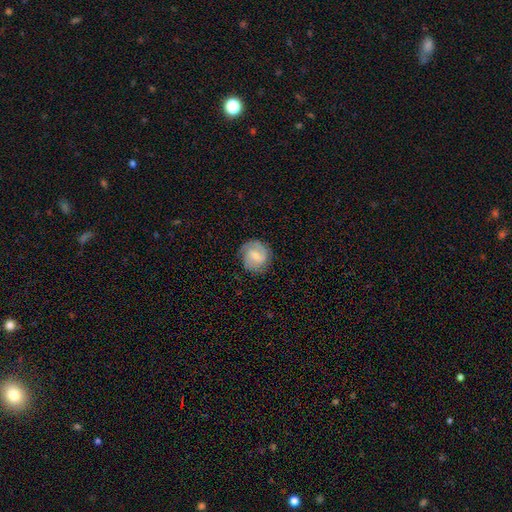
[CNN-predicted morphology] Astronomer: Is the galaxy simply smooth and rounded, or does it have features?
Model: featured or disk — 66%.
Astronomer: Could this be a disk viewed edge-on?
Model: no — 98%.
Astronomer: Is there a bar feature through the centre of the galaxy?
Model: weak — 58%.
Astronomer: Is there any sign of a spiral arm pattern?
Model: yes — 92%.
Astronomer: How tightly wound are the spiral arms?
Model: medium — 43% (runner-up: tight, 41%).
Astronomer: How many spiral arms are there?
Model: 2 — 73%.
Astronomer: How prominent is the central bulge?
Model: small — 51% (runner-up: moderate, 35%).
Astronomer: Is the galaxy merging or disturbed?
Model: none — 78%.